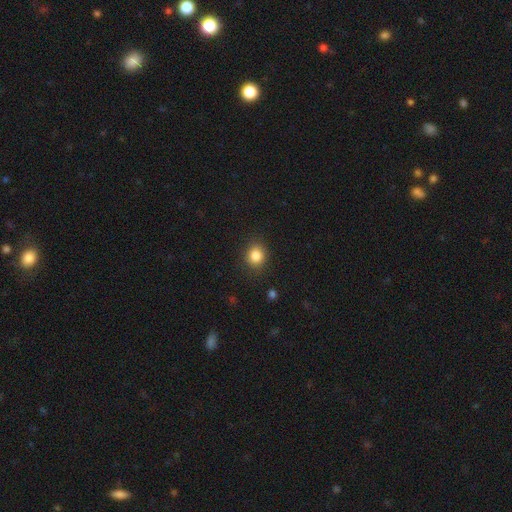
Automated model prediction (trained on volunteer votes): Q: Smooth or featured?
A: smooth (85%); runner-up: star or artifact (11%)
Q: How rounded?
A: round (77%); runner-up: in between (22%)
Q: Merging?
A: none (86%); runner-up: minor disturbance (10%)